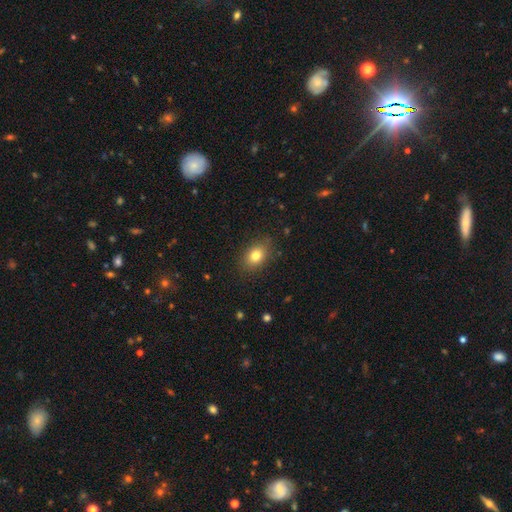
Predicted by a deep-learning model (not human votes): Smooth or featured: smooth — 80% (star or artifact — 10%)
How rounded: in between — 72% (round — 27%)
Merging: none — 85% (minor disturbance — 11%)